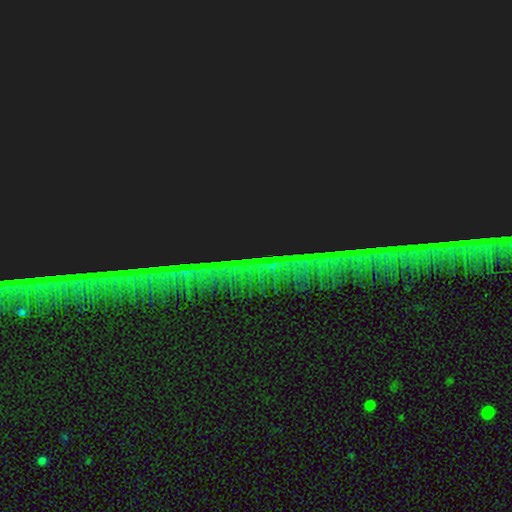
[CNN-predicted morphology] The model was most divided on "smooth or featured": star or artifact: 87%, featured or disk: 7%, smooth: 6%.